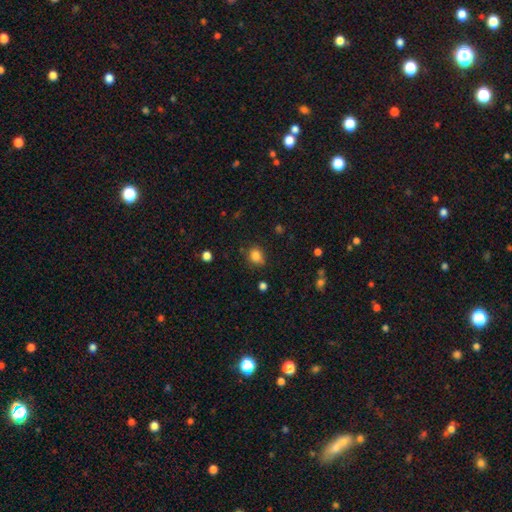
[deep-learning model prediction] Smooth or featured: smooth — 83% (star or artifact — 12%)
How rounded: round — 65% (in between — 34%)
Merging: none — 73% (minor disturbance — 19%)